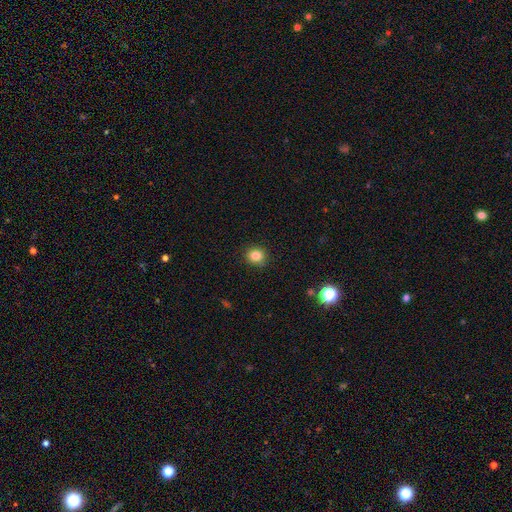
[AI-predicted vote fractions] Smooth or featured? smooth (83%)
How rounded? round (83%)
Merging? none (89%)